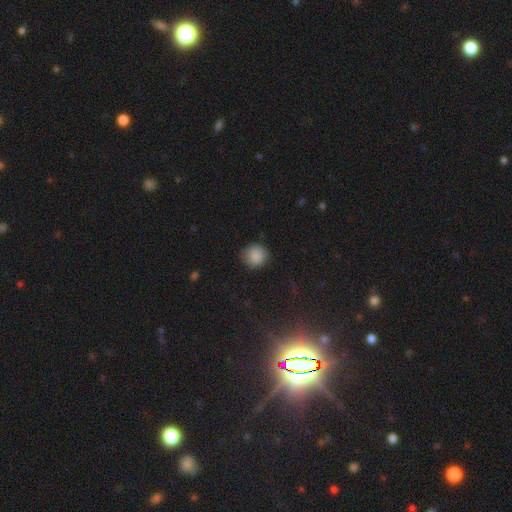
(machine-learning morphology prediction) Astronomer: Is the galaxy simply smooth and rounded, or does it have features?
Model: smooth — 87%.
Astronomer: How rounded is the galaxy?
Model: round — 90%.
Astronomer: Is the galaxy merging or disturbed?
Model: none — 79%.